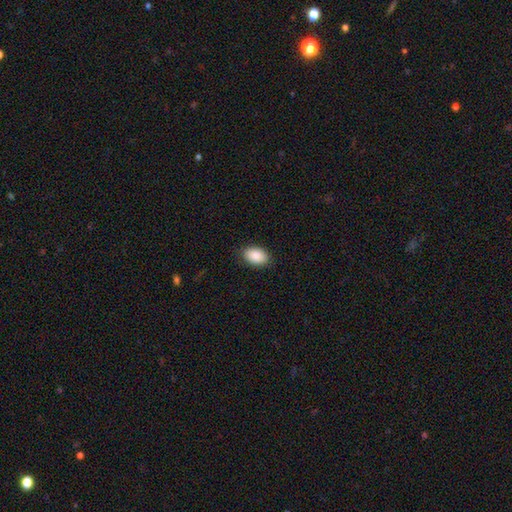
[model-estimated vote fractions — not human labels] This is clearly a smooth galaxy (90%). How rounded: clearly in between (90%). Merging: clearly none (87%).